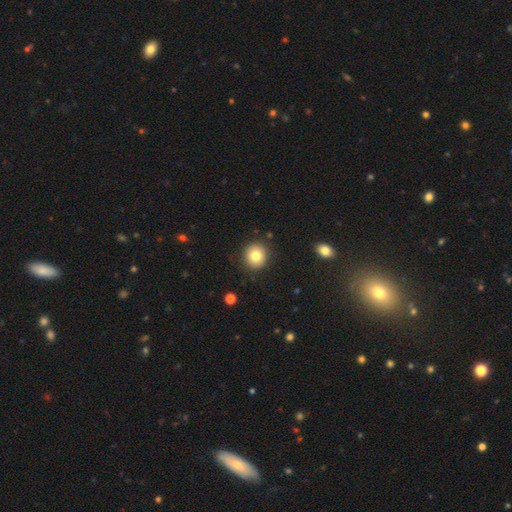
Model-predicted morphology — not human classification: A smooth galaxy with no disk features (80%) that is round (87%).

Vote fractions:
- Smooth or featured? smooth: 80% / star or artifact: 10% / featured or disk: 10%
- How rounded? round: 87% / in between: 12% / cigar-shaped: 1%
- Merging? none: 89% / minor disturbance: 7% / major disturbance: 2% / merger: 2%